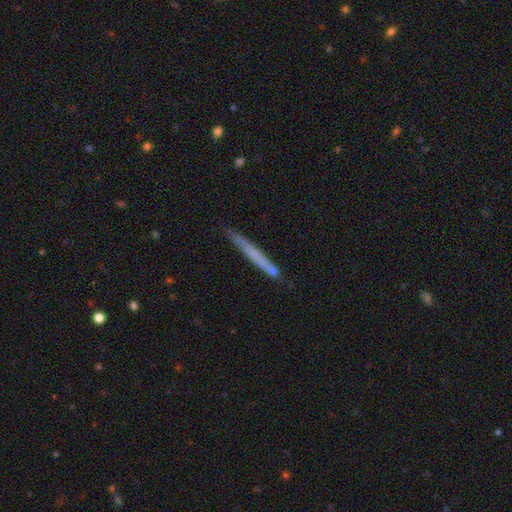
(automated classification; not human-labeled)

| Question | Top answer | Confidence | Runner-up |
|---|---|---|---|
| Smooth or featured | smooth | 53% | featured or disk (40%) |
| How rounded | cigar-shaped | 97% | in between (2%) |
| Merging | none | 81% | minor disturbance (13%) |